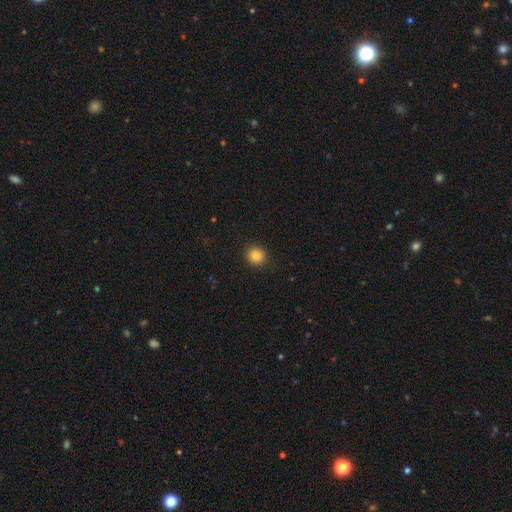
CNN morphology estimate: Q: Smooth or featured?
A: smooth (85%); runner-up: star or artifact (11%)
Q: How rounded?
A: round (86%); runner-up: in between (13%)
Q: Merging?
A: none (90%); runner-up: minor disturbance (7%)